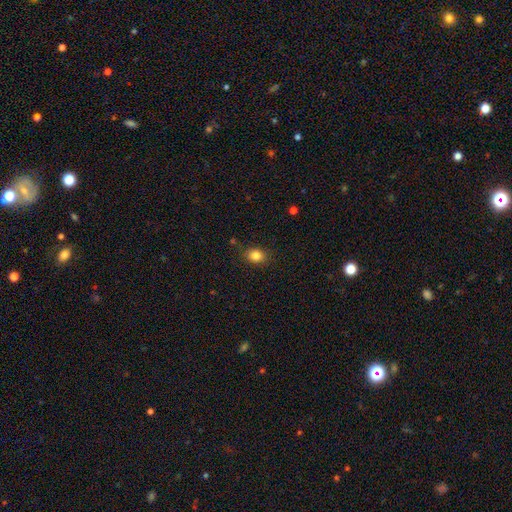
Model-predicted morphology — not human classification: type=smooth (84%); roundness=in between (54%); merging=none (84%).